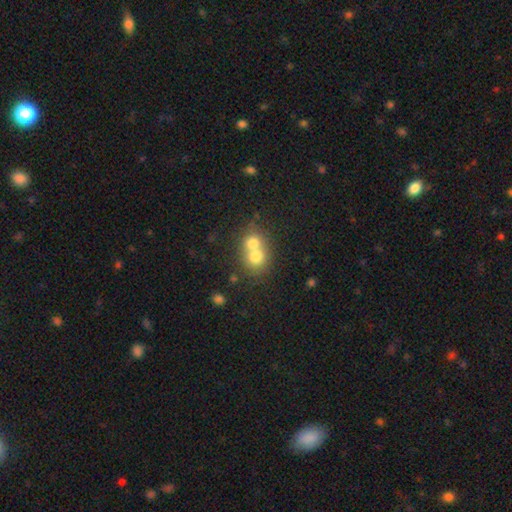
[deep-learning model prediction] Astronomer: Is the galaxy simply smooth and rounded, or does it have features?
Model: smooth — 71%.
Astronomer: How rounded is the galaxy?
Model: round — 75%.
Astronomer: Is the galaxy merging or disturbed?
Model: merger — 71%.